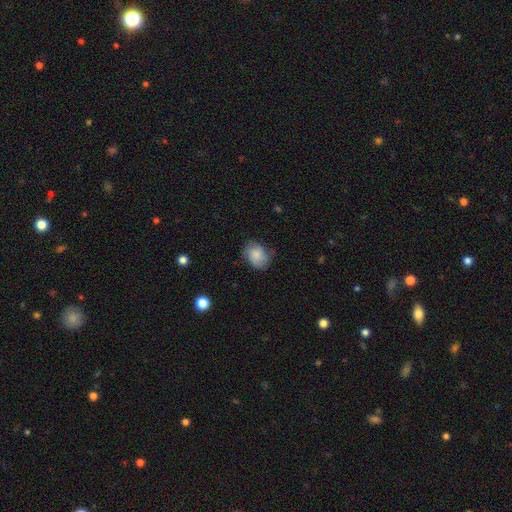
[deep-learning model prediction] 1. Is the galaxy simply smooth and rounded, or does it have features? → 74% smooth, 18% featured or disk, 8% star or artifact.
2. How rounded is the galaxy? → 61% in between, 38% round, 1% cigar-shaped.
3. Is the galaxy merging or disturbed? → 69% none, 24% minor disturbance, 6% major disturbance, 1% merger.